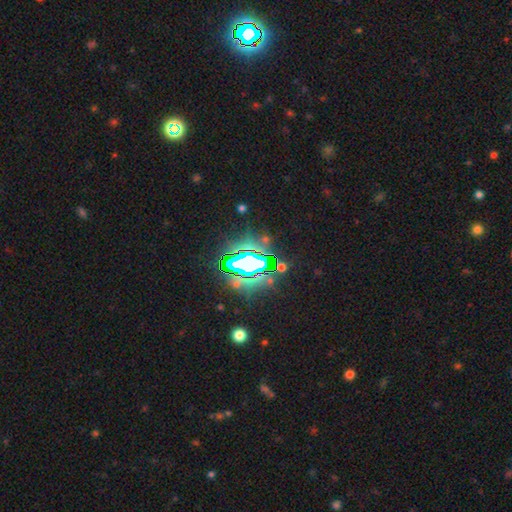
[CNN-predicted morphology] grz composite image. It shows a star or artifact, not a galaxy (74%).